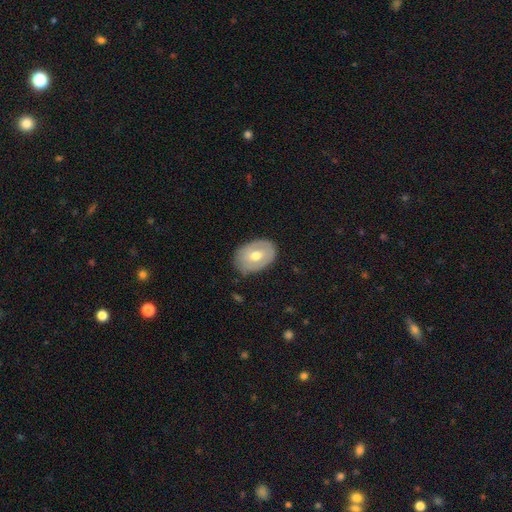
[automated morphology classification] Smooth or featured?
  - smooth: 51% *
  - featured or disk: 43%
  - star or artifact: 6%
How rounded?
  - in between: 77% *
  - round: 22%
  - cigar-shaped: 1%
Merging?
  - none: 79% *
  - minor disturbance: 16%
  - major disturbance: 4%
  - merger: 1%